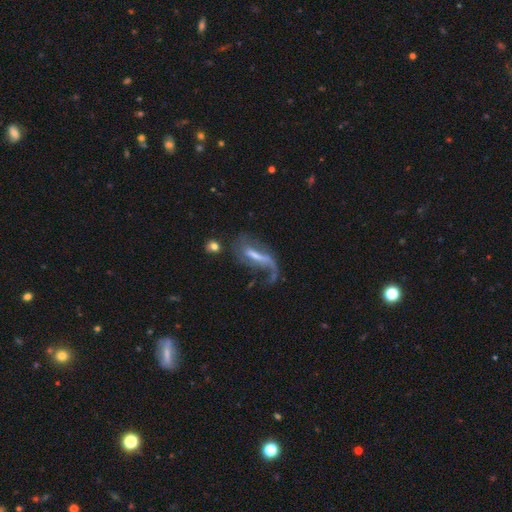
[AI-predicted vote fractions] Smooth or featured? featured or disk (68%)
Edge-on disk? no (78%)
Bar? strong (48%)
Spiral arms? yes (74%)
Bulge size? small (32%)
Merging? major disturbance (41%)